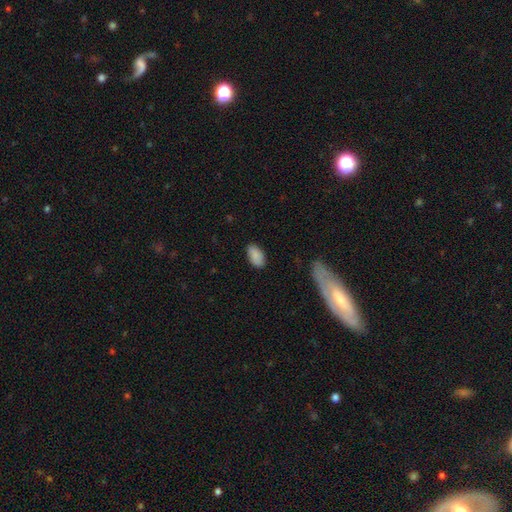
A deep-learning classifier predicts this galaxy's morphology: A smooth galaxy with no disk features (88%) that is in between round and cigar-shaped (94%). Merging: none (84%).